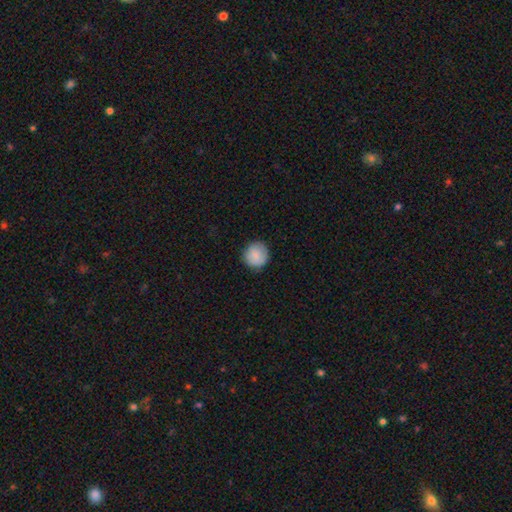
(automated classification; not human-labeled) Overall: smooth (87%). How rounded: round (93%). Merging: none (87%).